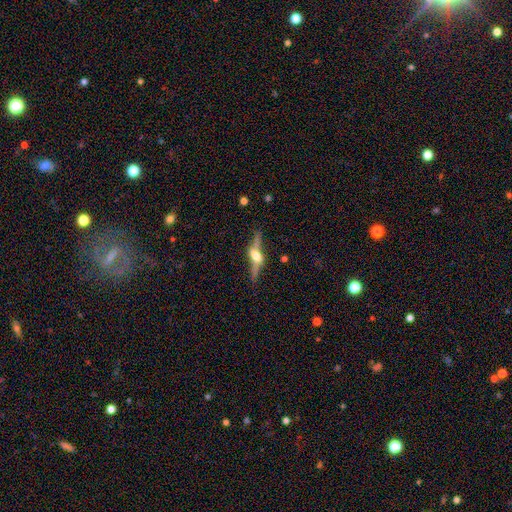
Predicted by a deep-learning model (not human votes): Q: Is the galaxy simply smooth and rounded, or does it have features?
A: featured or disk — 79%.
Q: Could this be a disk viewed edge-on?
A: yes — 92%.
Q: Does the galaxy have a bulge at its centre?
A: rounded — 91%.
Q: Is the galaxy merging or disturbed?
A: none — 74%.